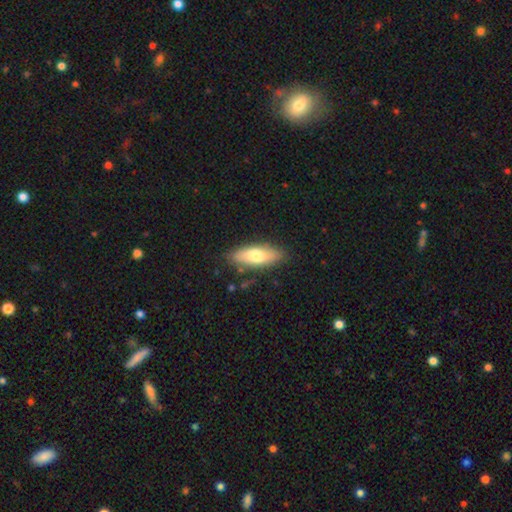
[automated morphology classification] A smooth galaxy with no disk features (70%) that is in between round and cigar-shaped (69%).

Vote fractions:
- Smooth or featured? smooth: 70% / featured or disk: 24% / star or artifact: 6%
- How rounded? in between: 69% / cigar-shaped: 28% / round: 2%
- Merging? none: 82% / minor disturbance: 13% / major disturbance: 3% / merger: 2%